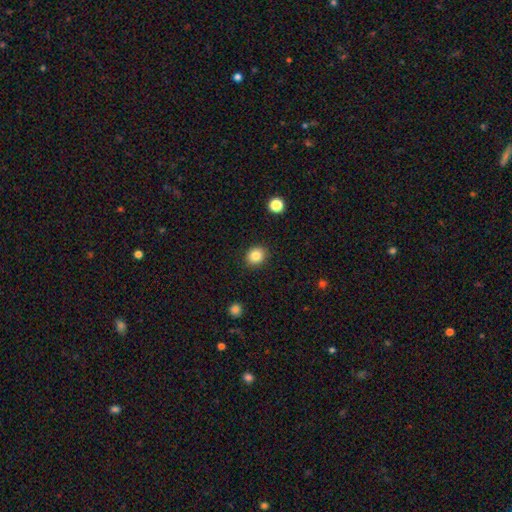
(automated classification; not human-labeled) Smooth or featured?
  - smooth: 84% *
  - star or artifact: 10%
  - featured or disk: 6%
How rounded?
  - round: 69% *
  - in between: 30%
  - cigar-shaped: 1%
Merging?
  - none: 89% *
  - minor disturbance: 8%
  - major disturbance: 2%
  - merger: 1%